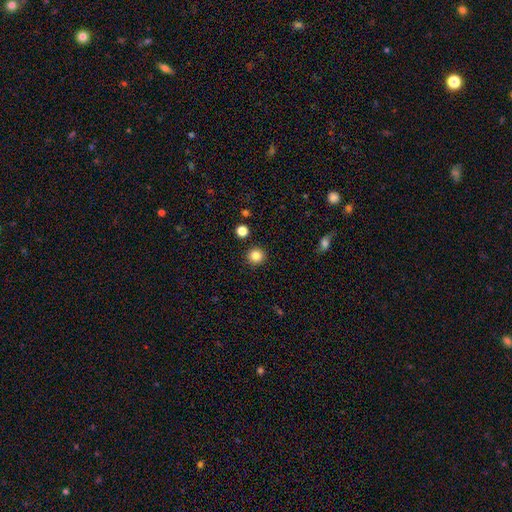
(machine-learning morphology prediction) A smooth galaxy with no disk features (85%) that is round (94%).

Vote fractions:
- Smooth or featured? smooth: 85% / star or artifact: 11% / featured or disk: 4%
- How rounded? round: 94% / in between: 5% / cigar-shaped: 1%
- Merging? none: 91% / minor disturbance: 5% / merger: 2% / major disturbance: 2%